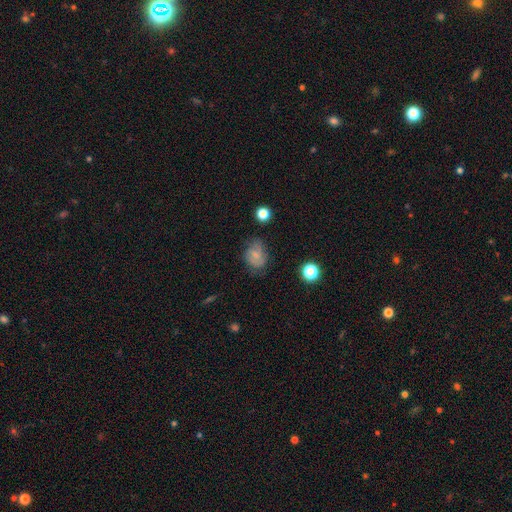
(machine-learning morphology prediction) Q: Smooth or featured?
A: smooth (53%); runner-up: featured or disk (36%)
Q: How rounded?
A: in between (57%); runner-up: round (42%)
Q: Merging?
A: none (61%); runner-up: minor disturbance (26%)